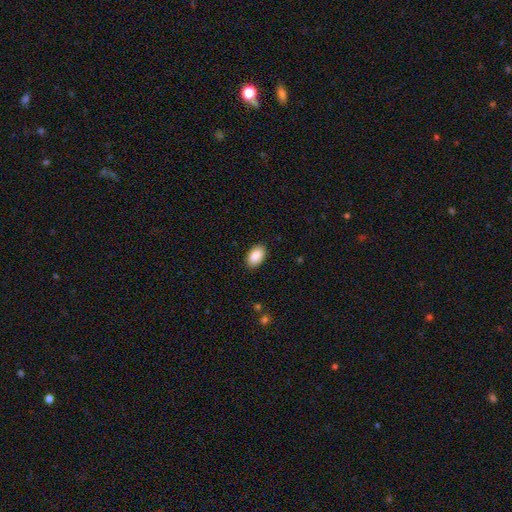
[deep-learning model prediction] A smooth galaxy with no disk features (90%) that is in between round and cigar-shaped (93%).

Vote fractions:
- Smooth or featured? smooth: 90% / star or artifact: 6% / featured or disk: 3%
- How rounded? in between: 93% / round: 6% / cigar-shaped: 1%
- Merging? none: 89% / minor disturbance: 8% / major disturbance: 2% / merger: 1%